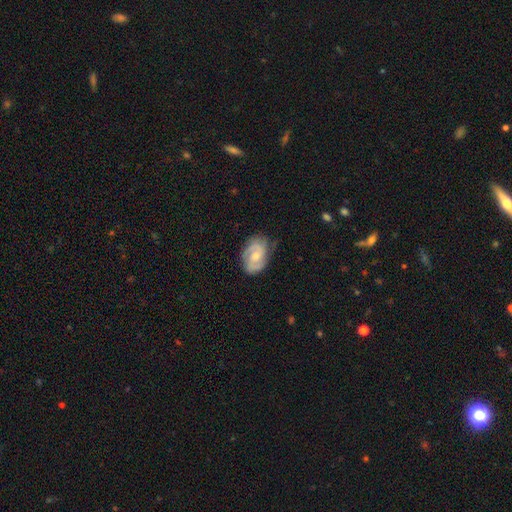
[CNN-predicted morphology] Smooth or featured? Predicted: featured or disk (p=0.78). Edge-on disk? Predicted: no (p=0.97). Bar? Predicted: no (p=0.52). Spiral arms? Predicted: yes (p=0.94). Spiral winding? Predicted: medium (p=0.45). Spiral arm count? Predicted: 2 (p=0.78). Bulge size? Predicted: moderate (p=0.53). Merging? Predicted: none (p=0.72).